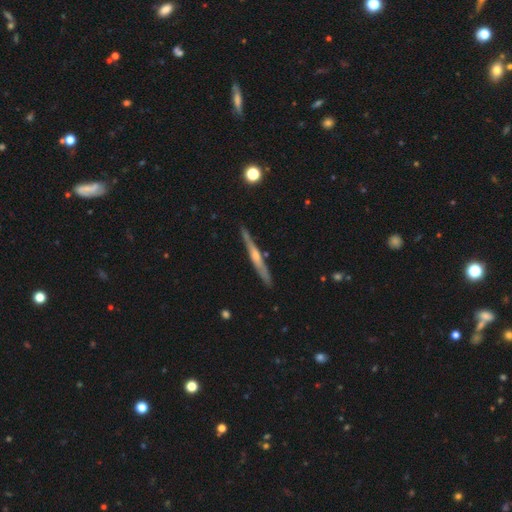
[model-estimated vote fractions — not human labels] Smooth or featured? featured or disk (73%)
Edge-on disk? yes (97%)
Edge-on bulge? rounded (66%)
Merging? none (89%)